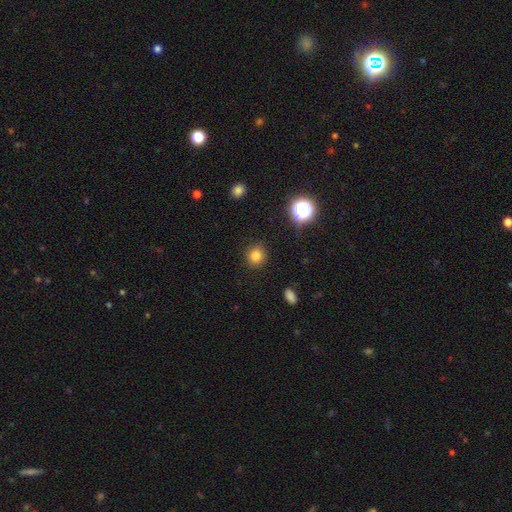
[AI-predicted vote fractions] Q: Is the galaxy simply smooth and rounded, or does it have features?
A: smooth — 81%.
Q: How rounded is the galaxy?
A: round — 86%.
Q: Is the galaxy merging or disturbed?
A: none — 88%.